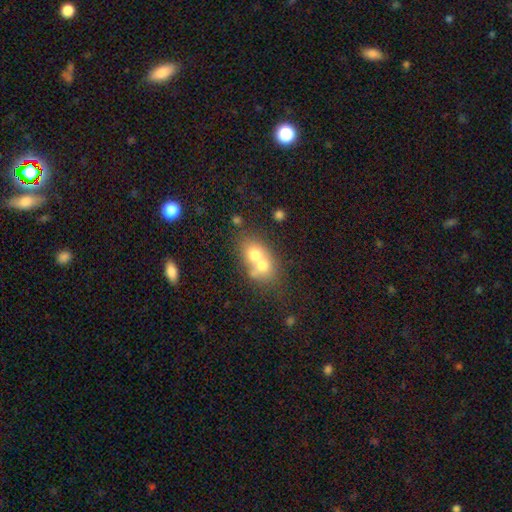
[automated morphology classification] Smooth or featured?
  - smooth: 61% *
  - featured or disk: 27%
  - star or artifact: 12%
How rounded?
  - round: 51% *
  - in between: 47%
  - cigar-shaped: 2%
Merging?
  - merger: 68% *
  - none: 23%
  - minor disturbance: 6%
  - major disturbance: 3%